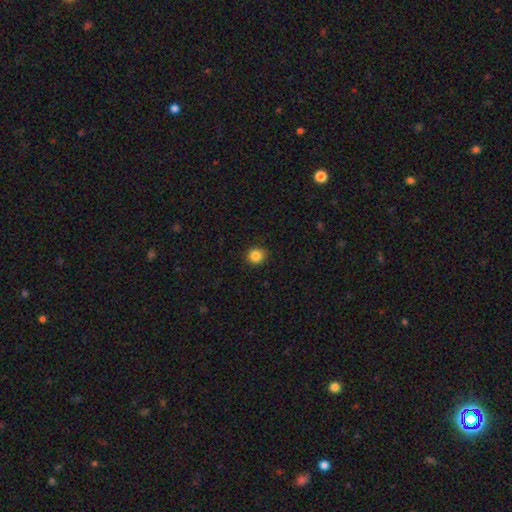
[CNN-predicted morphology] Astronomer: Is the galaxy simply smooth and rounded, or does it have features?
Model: smooth — 85%.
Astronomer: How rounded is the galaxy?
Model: round — 88%.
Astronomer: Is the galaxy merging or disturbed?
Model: none — 89%.